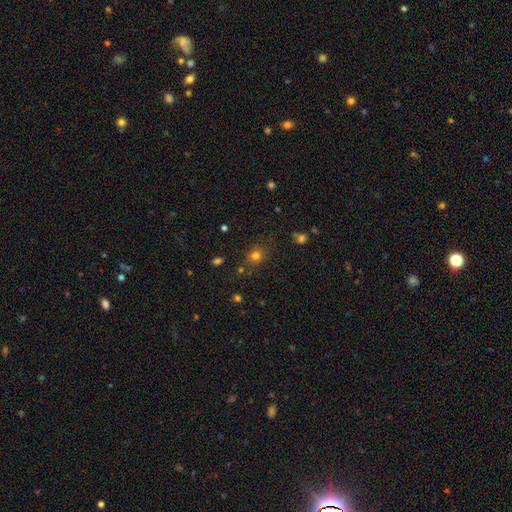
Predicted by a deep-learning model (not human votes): Smooth or featured? Predicted: smooth (p=0.76). How rounded? Predicted: round (p=0.73). Merging? Predicted: none (p=0.77).